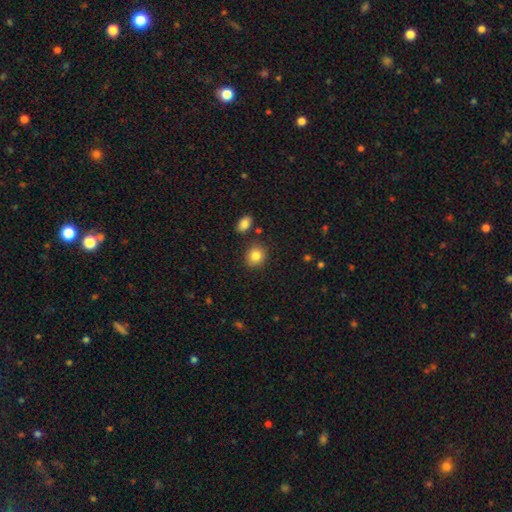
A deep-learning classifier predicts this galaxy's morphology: type=smooth (85%); roundness=round (74%); merging=none (84%).